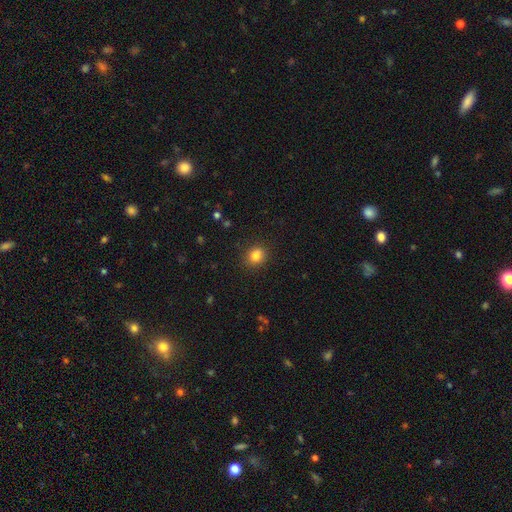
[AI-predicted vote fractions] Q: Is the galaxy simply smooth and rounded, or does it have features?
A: smooth — 82%.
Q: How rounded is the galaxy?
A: round — 62%.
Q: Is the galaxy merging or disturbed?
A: none — 85%.